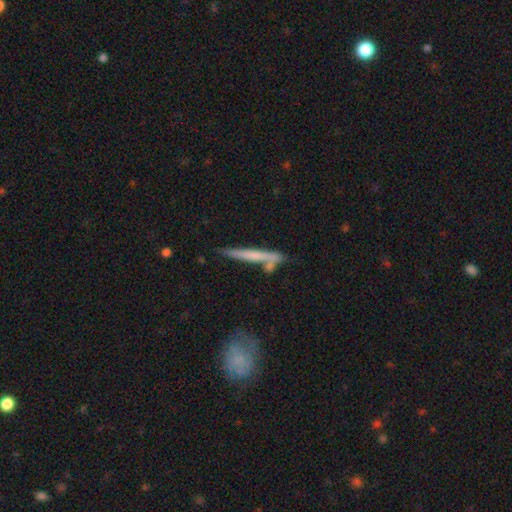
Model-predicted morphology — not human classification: The model was most divided on "smooth or featured": smooth: 50%, featured or disk: 44%, star or artifact: 6%. More confident: merging — none (69%).